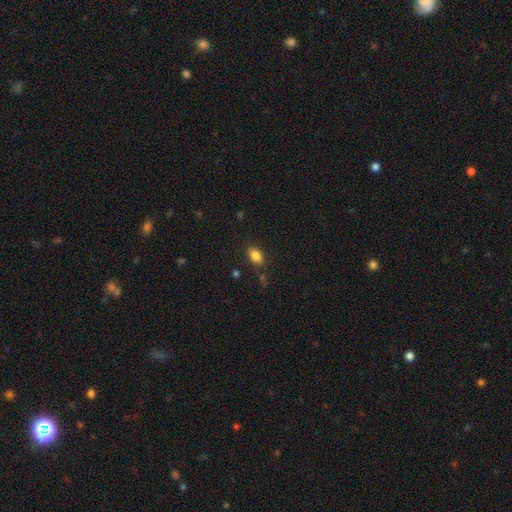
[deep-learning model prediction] smooth-or-featured: smooth: 84% | star or artifact: 9% | featured or disk: 7%
  how-rounded: in between: 89% | round: 8% | cigar-shaped: 4%
  merging: none: 82% | minor disturbance: 12% | major disturbance: 3% | merger: 3%